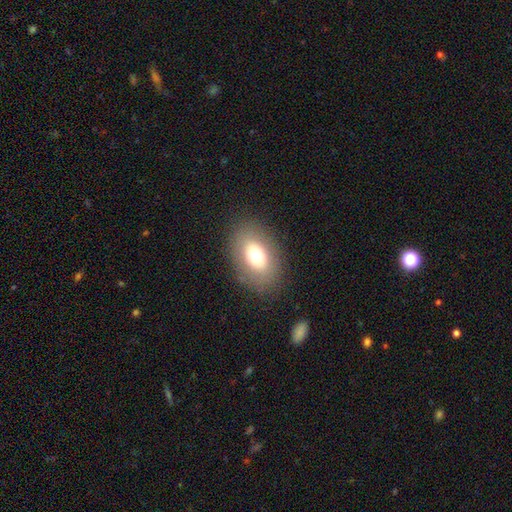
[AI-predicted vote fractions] Smooth or featured? smooth (70%)
How rounded? in between (83%)
Merging? none (84%)